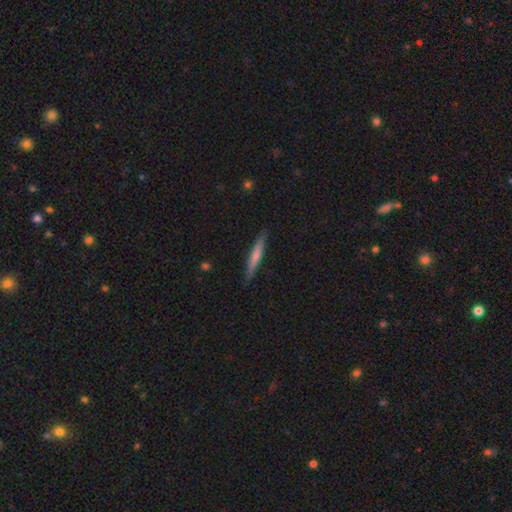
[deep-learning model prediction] A smooth galaxy with no disk features (60%) that is cigar-shaped (94%).

Vote fractions:
- Smooth or featured? smooth: 60% / featured or disk: 34% / star or artifact: 6%
- How rounded? cigar-shaped: 94% / in between: 4% / round: 1%
- Merging? none: 88% / minor disturbance: 9% / major disturbance: 2% / merger: 1%